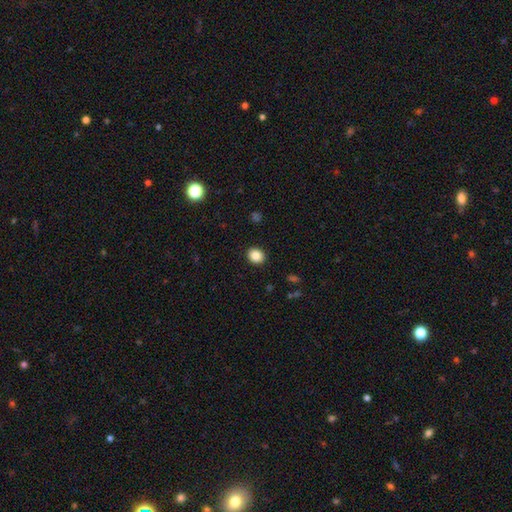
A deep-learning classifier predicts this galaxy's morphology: smooth 86%, star or artifact 10%, featured or disk 5%. Down the decision tree: how rounded — round (63%); merging — none (91%).